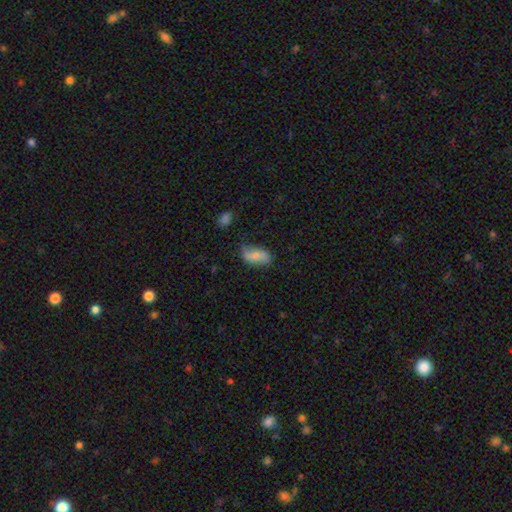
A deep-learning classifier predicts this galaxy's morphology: type=smooth (63%); roundness=in between (90%); merging=none (66%).